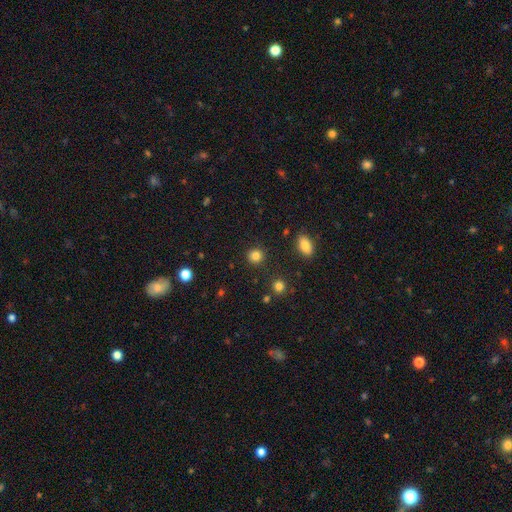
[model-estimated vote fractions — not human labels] Overall: smooth (84%). How rounded: round (88%). Merging: none (89%).